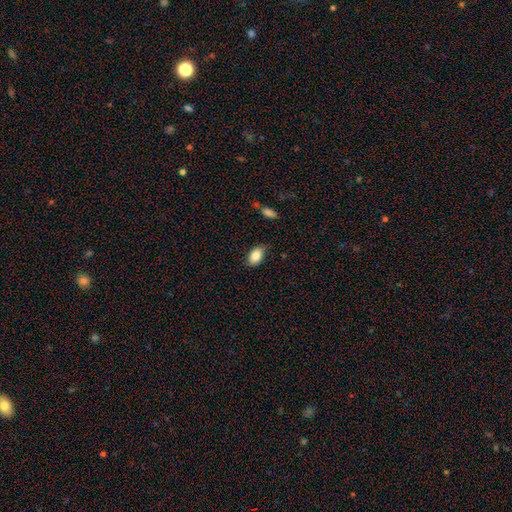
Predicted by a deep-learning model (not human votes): smooth_or_featured: smooth (p=0.84) [alt: featured or disk p=0.09]
how_rounded: in between (p=0.90) [alt: round p=0.09]
merging: none (p=0.76) [alt: minor disturbance p=0.19]